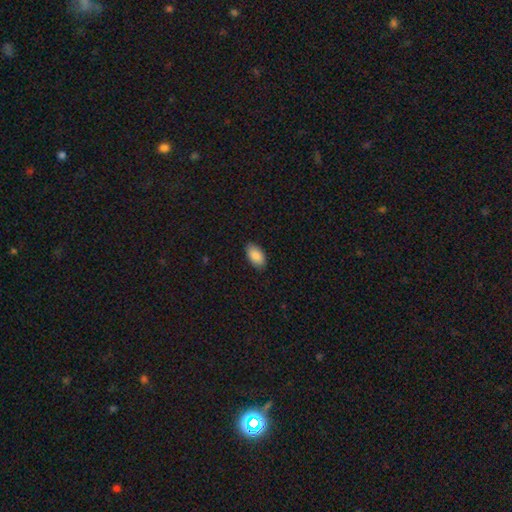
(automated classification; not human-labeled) This appears to be a smooth galaxy with no disk features (89%) that is in between round and cigar-shaped (95%). Merging: none (88%).